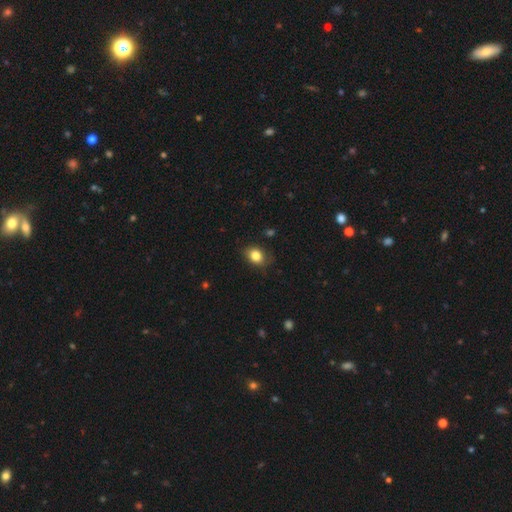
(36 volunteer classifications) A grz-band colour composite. It shows a smooth galaxy with no disk features (81%) that is in between round and cigar-shaped (69%). Merging: none (88%).